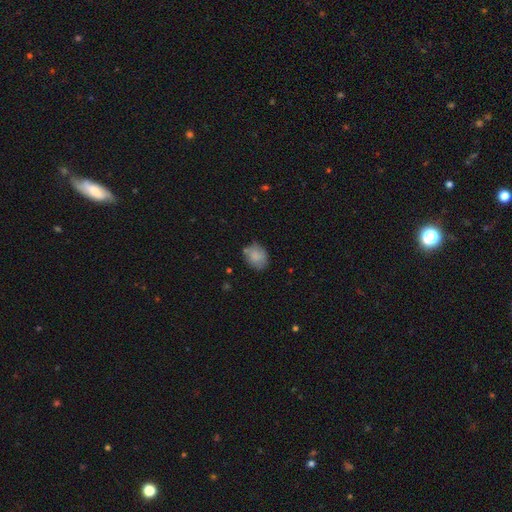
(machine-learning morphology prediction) Overall: smooth (79%). How rounded: in between (53%; round 45%). Merging: none (67%).